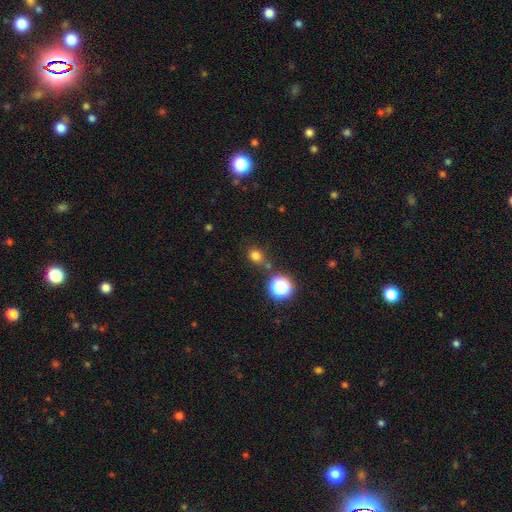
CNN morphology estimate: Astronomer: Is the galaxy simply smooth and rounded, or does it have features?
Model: smooth — 75%.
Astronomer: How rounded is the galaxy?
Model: round — 73%.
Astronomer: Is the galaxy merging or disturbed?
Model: none — 75%.